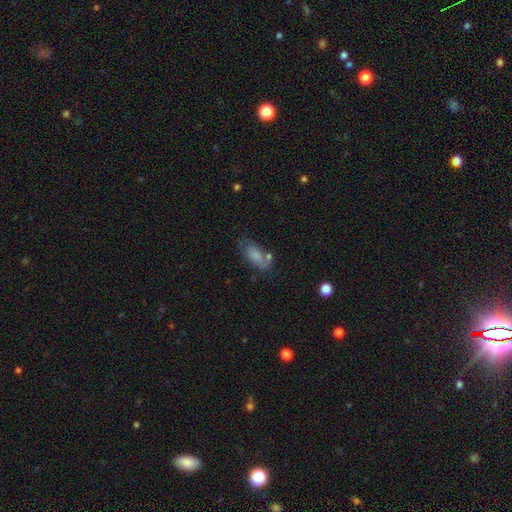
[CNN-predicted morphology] Smooth or featured: smooth — 70% (featured or disk — 21%)
How rounded: in between — 88% (cigar-shaped — 8%)
Merging: none — 51% (minor disturbance — 24%)